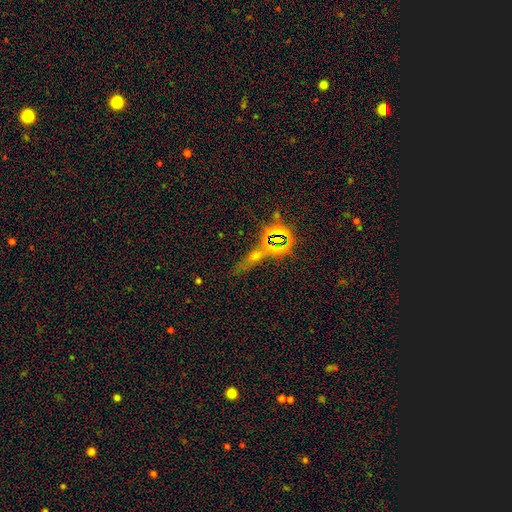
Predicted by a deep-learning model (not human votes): smooth-or-featured: star or artifact: 49% | smooth: 33% | featured or disk: 17%